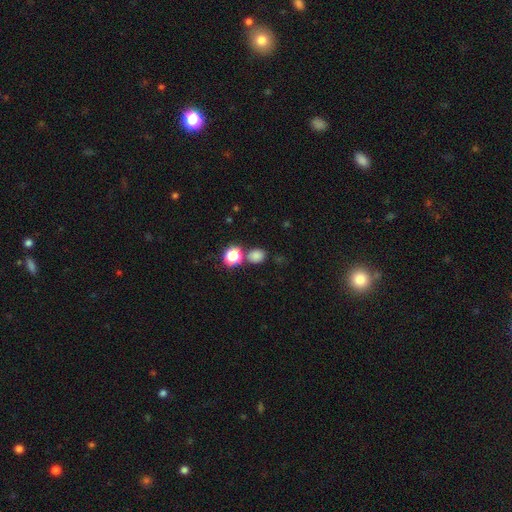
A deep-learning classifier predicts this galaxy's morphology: This appears to be a smooth galaxy with no disk features (77%) that is round (62%). Merging: none (69%).